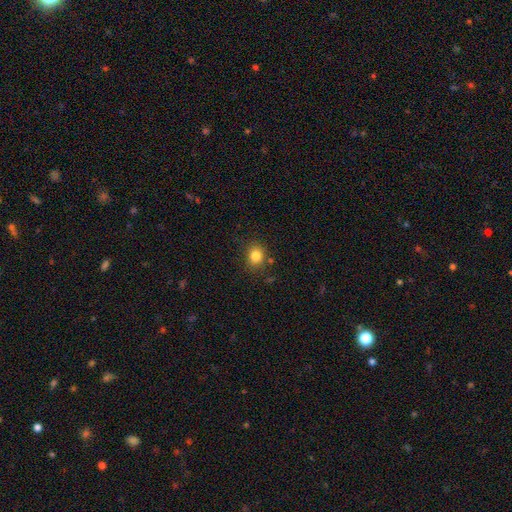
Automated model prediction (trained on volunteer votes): Q: Smooth or featured?
A: smooth (83%); runner-up: star or artifact (11%)
Q: How rounded?
A: round (69%); runner-up: in between (30%)
Q: Merging?
A: none (82%); runner-up: minor disturbance (12%)